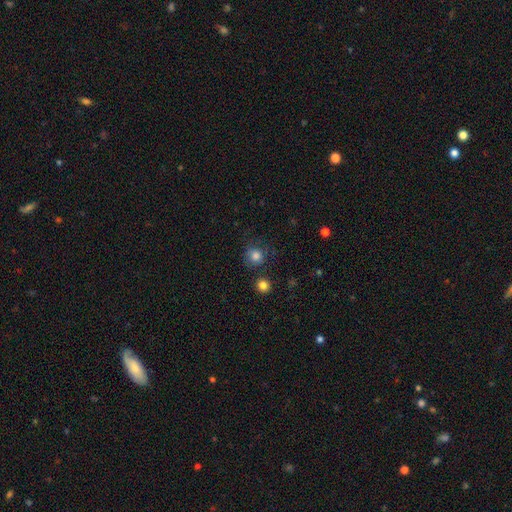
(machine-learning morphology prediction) Overall: smooth (83%). How rounded: round (90%). Merging: none (78%).